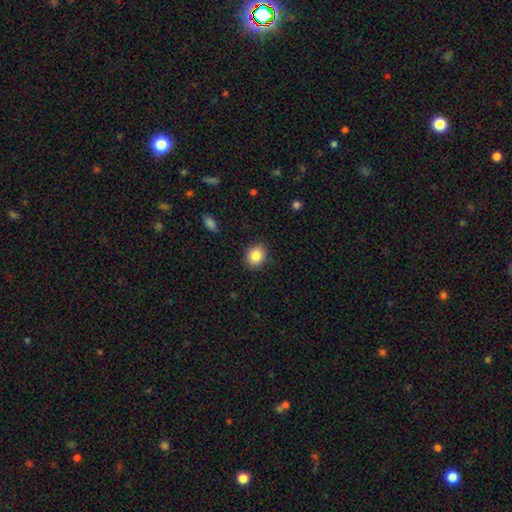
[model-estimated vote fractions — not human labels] Morphology: type=smooth (84%); roundness=round (63%); merging=none (89%).